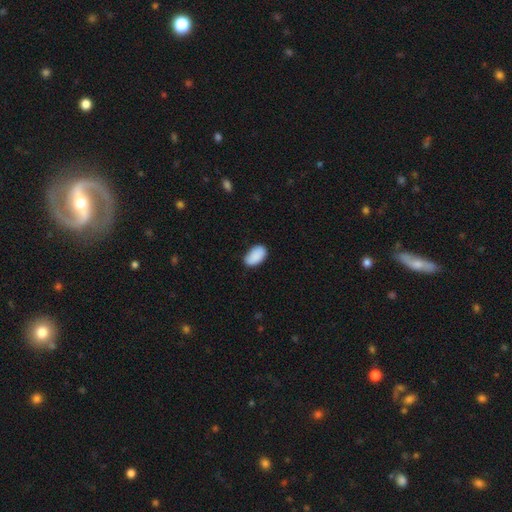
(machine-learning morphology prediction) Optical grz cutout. It shows a smooth galaxy with no disk features (89%) that is in between round and cigar-shaped (94%). Merging: none (73%).